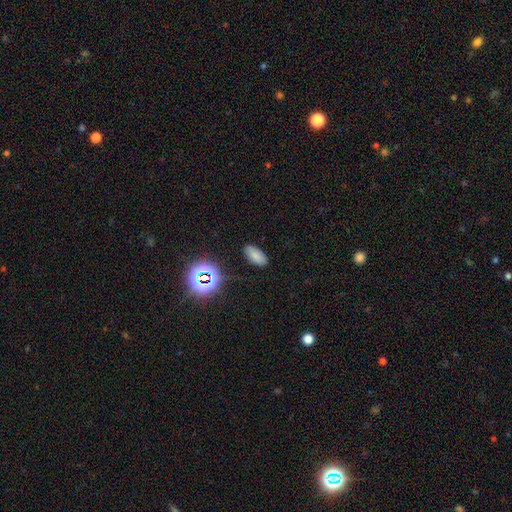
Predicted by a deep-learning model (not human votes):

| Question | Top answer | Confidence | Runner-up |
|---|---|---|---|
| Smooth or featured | smooth | 75% | star or artifact (18%) |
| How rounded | in between | 92% | cigar-shaped (5%) |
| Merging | none | 83% | minor disturbance (12%) |